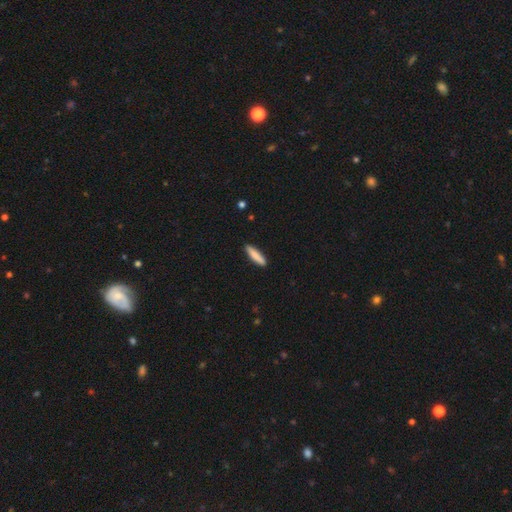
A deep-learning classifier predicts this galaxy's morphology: This appears to be a smooth galaxy with no disk features (85%) that is cigar-shaped (81%). Merging: none (89%).